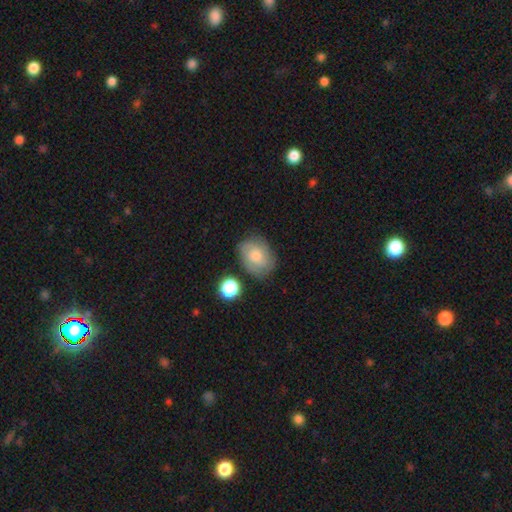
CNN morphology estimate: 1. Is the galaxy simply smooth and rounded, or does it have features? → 46% smooth, 44% featured or disk, 10% star or artifact.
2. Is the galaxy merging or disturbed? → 74% none, 18% minor disturbance, 5% major disturbance, 4% merger.